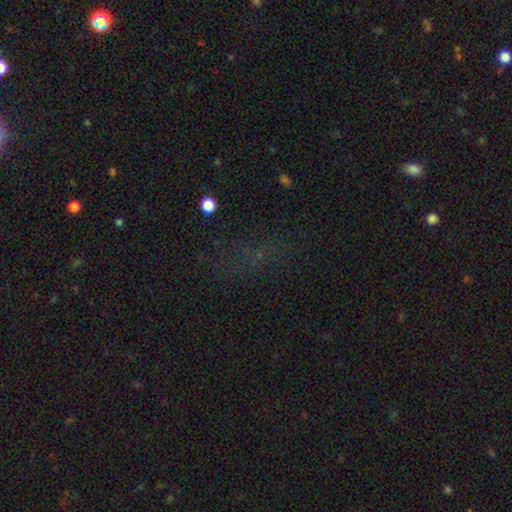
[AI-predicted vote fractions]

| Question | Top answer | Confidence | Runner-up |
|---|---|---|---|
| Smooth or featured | star or artifact | 58% | smooth (29%) |